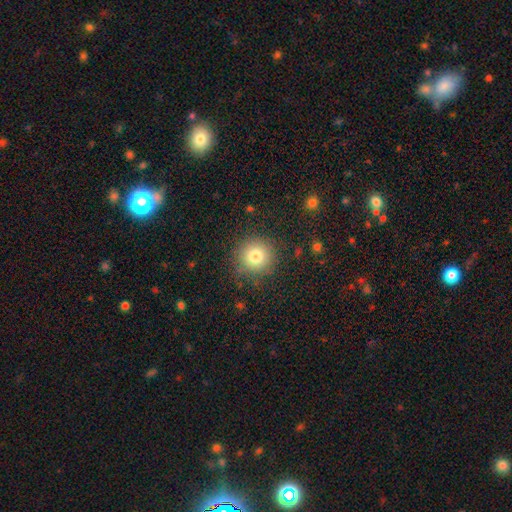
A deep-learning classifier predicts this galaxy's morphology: type=smooth (80%); roundness=round (94%); merging=none (87%).